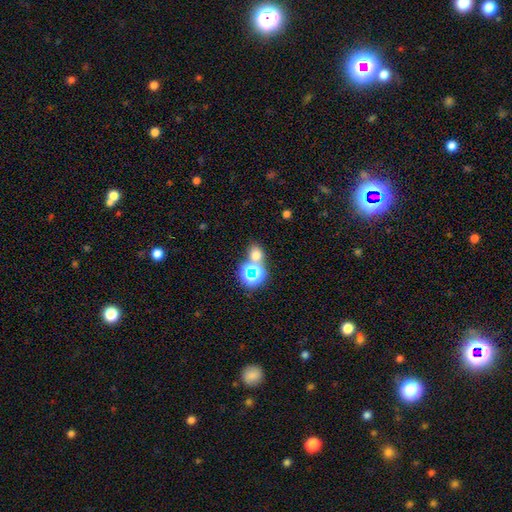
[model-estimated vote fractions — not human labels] A smooth galaxy with no disk features (61%) that is round (64%).

Vote fractions:
- Smooth or featured? smooth: 61% / star or artifact: 31% / featured or disk: 8%
- How rounded? round: 64% / in between: 35% / cigar-shaped: 1%
- Merging? none: 62% / merger: 26% / minor disturbance: 8% / major disturbance: 4%